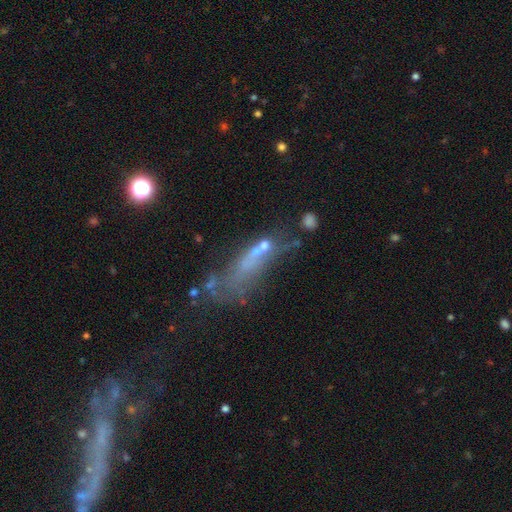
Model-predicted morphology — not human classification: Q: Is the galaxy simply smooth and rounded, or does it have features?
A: featured or disk — 42%.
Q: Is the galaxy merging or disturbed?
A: major disturbance — 32%.